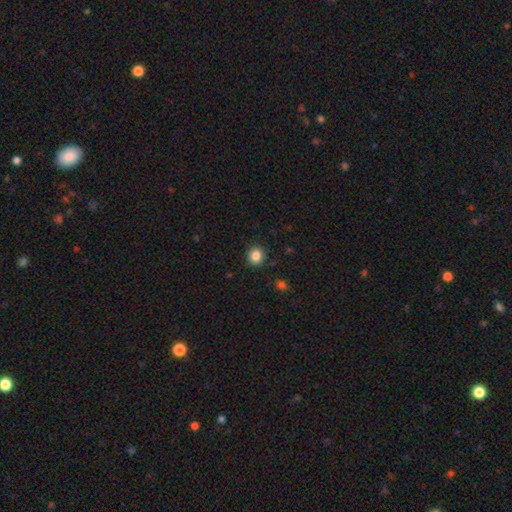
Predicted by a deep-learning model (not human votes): This appears to be a smooth galaxy with no disk features (85%) that is round (85%). Merging: none (90%).